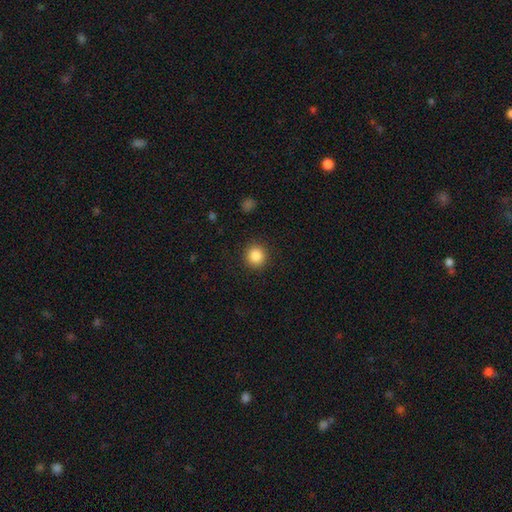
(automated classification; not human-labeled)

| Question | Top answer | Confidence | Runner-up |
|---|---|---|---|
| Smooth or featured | smooth | 86% | star or artifact (10%) |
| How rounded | round | 93% | in between (6%) |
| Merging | none | 91% | minor disturbance (6%) |